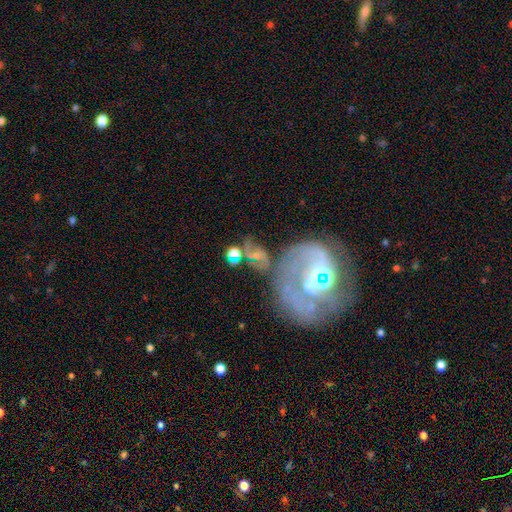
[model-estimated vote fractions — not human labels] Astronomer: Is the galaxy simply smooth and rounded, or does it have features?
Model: featured or disk — 64%.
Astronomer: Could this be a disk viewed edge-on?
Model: no — 97%.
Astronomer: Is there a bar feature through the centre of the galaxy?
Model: no — 50% (runner-up: weak, 37%).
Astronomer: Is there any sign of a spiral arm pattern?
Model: yes — 85%.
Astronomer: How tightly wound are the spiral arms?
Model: loose — 48% (runner-up: medium, 37%).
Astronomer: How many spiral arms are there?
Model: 2 — 75%.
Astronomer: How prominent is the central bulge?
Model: small — 41% (runner-up: moderate, 32%).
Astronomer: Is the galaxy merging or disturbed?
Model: none — 33% (runner-up: merger, 27%).